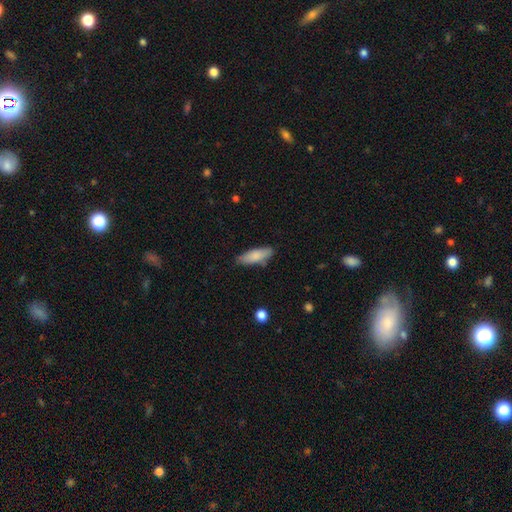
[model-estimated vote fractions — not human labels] Smooth or featured?
  - smooth: 81% *
  - featured or disk: 13%
  - star or artifact: 6%
How rounded?
  - in between: 61% *
  - cigar-shaped: 38%
  - round: 2%
Merging?
  - none: 78% *
  - minor disturbance: 16%
  - major disturbance: 3%
  - merger: 2%